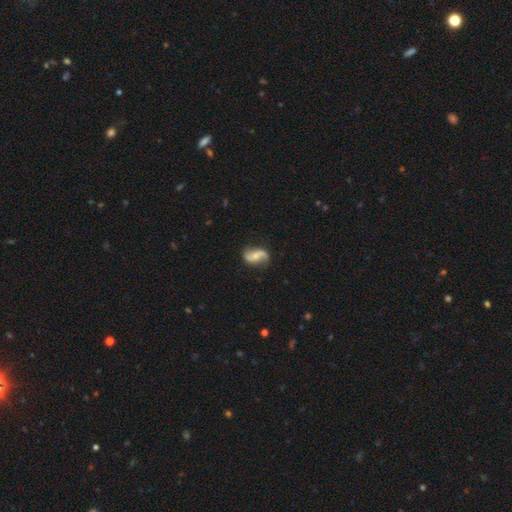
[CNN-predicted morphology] smooth-or-featured: featured or disk: 76% | smooth: 17% | star or artifact: 6%
  disk-edge-on: no: 97% | yes: 3%
    bar: no: 47% | weak: 36% | strong: 17%
    has-spiral-arms: yes: 94% | no: 6%
      spiral-winding: loose: 75% | medium: 19% | tight: 6%
      spiral-arm-count: 2: 91% | can't tell: 3% | 1: 3% | 3: 1% | 4: 1% | more than 4: 1%
    bulge-size: moderate: 44% | small: 43% | none: 8% | large: 3% | dominant: 1%
  merging: none: 75% | minor disturbance: 17% | major disturbance: 6% | merger: 2%